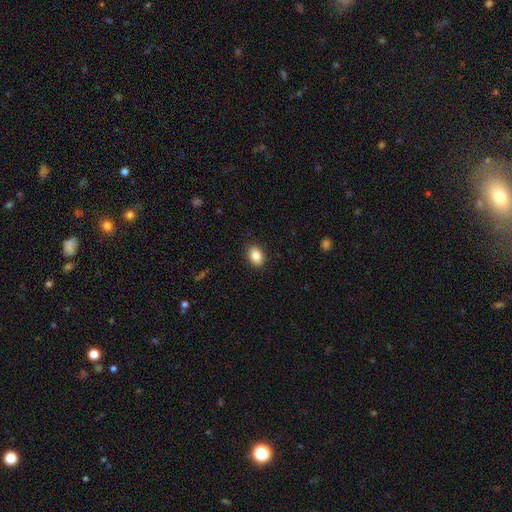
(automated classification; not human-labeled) Overall: smooth (85%). How rounded: in between (80%). Merging: none (89%).